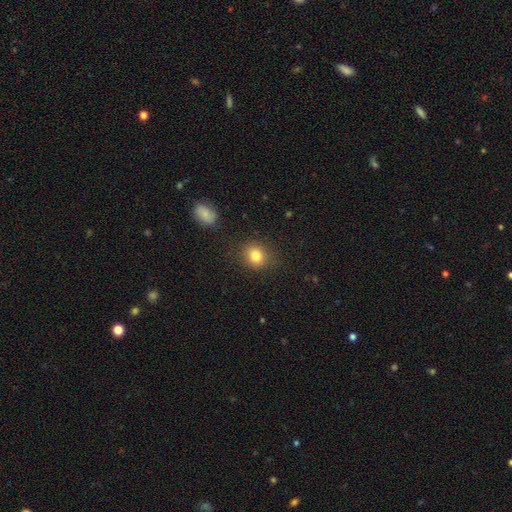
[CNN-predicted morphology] A smooth galaxy with no disk features (82%) that is round (69%).

Vote fractions:
- Smooth or featured? smooth: 82% / star or artifact: 11% / featured or disk: 7%
- How rounded? round: 69% / in between: 30% / cigar-shaped: 1%
- Merging? none: 86% / minor disturbance: 9% / major disturbance: 3% / merger: 2%